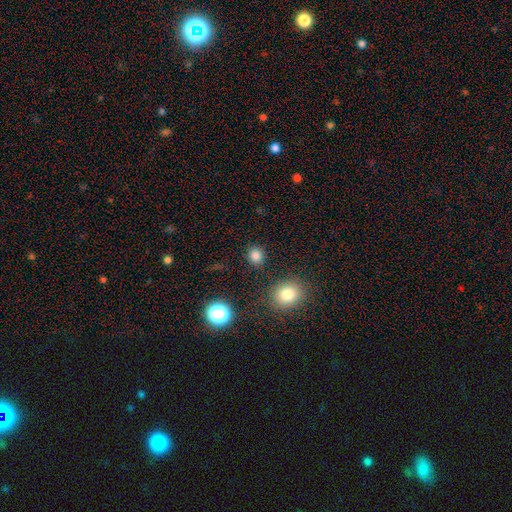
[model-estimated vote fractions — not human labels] A smooth galaxy with no disk features (81%) that is round (80%). Merging: none (88%).